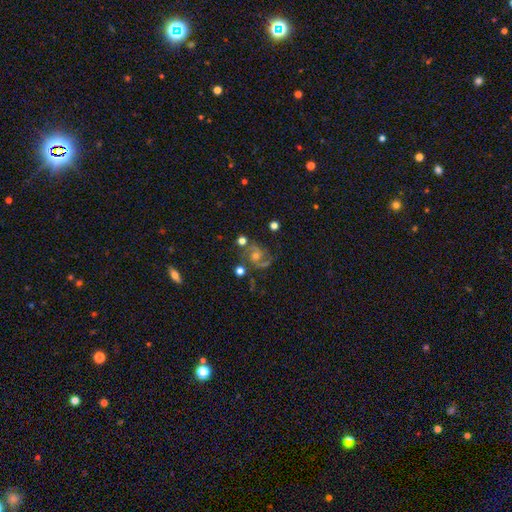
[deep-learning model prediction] Smooth or featured? Predicted: featured or disk (p=0.77). Edge-on disk? Predicted: no (p=0.97). Bar? Predicted: no (p=0.61). Spiral arms? Predicted: yes (p=0.95). Spiral winding? Predicted: medium (p=0.54). Spiral arm count? Predicted: 2 (p=0.79). Bulge size? Predicted: moderate (p=0.51). Merging? Predicted: none (p=0.63).